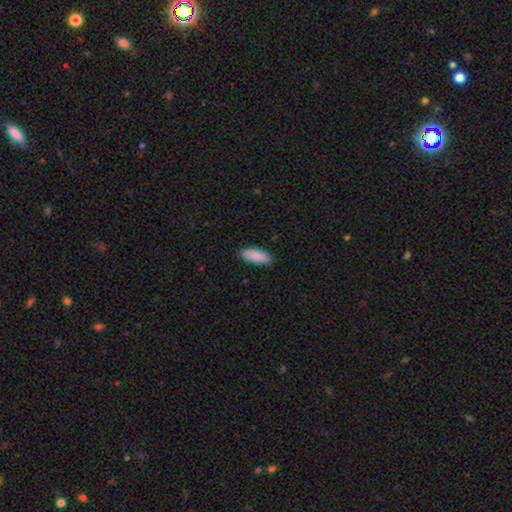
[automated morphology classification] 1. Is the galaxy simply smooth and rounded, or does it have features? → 89% smooth, 6% featured or disk, 6% star or artifact.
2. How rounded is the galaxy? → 82% in between, 17% cigar-shaped, 2% round.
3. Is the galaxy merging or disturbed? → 87% none, 10% minor disturbance, 2% major disturbance, 1% merger.